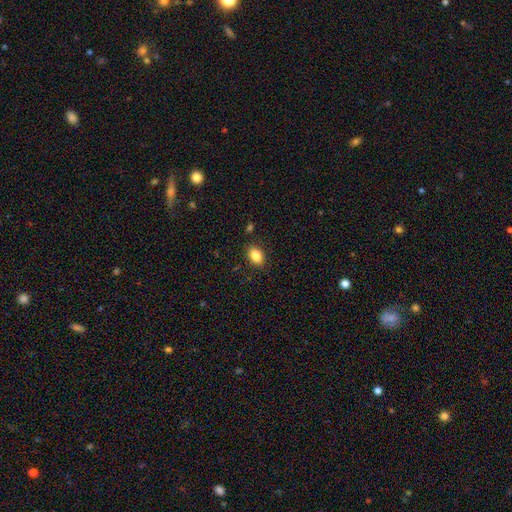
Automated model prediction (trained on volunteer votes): This is clearly a smooth galaxy (86%). How rounded: clearly in between (82%). Merging: clearly none (87%).